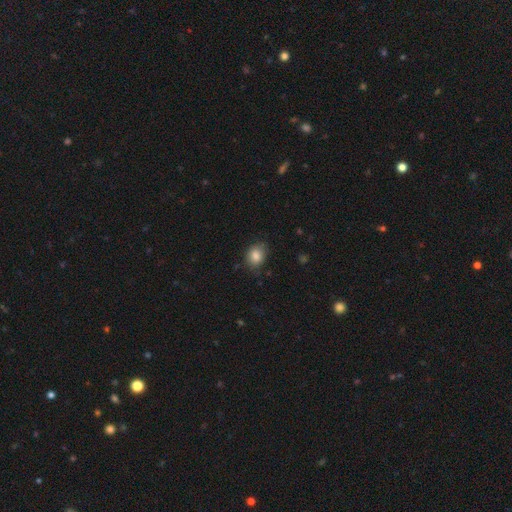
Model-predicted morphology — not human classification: Smooth or featured: smooth — 85% (star or artifact — 9%)
How rounded: in between — 56% (round — 43%)
Merging: none — 76% (minor disturbance — 19%)